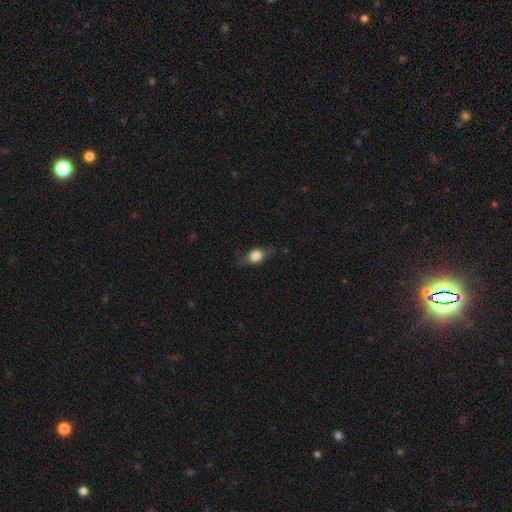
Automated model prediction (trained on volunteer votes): smooth-or-featured: smooth: 66% | featured or disk: 24% | star or artifact: 10%
  how-rounded: in between: 51% | round: 40% | cigar-shaped: 9%
  merging: none: 72% | minor disturbance: 21% | major disturbance: 6% | merger: 1%